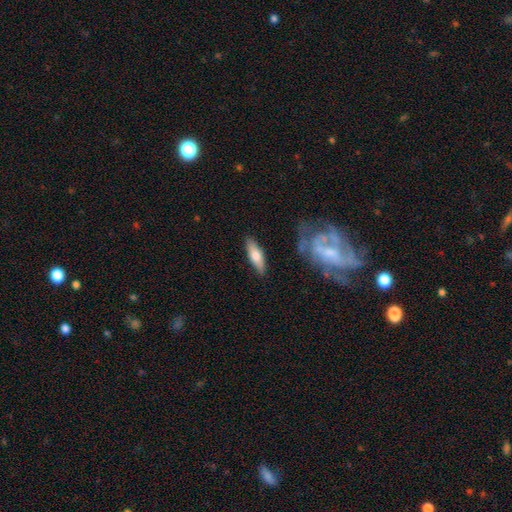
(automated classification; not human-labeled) Morphology: type=smooth (66%); roundness=in between (52%); merging=none (83%).